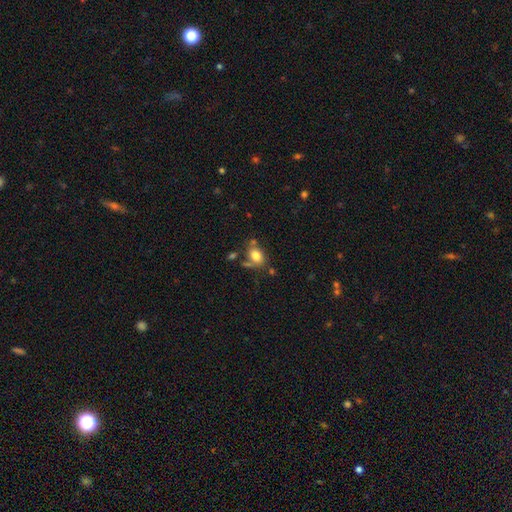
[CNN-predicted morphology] This appears to be a smooth galaxy with no disk features (78%) that is in between round and cigar-shaped (76%). Merging: none (55%).